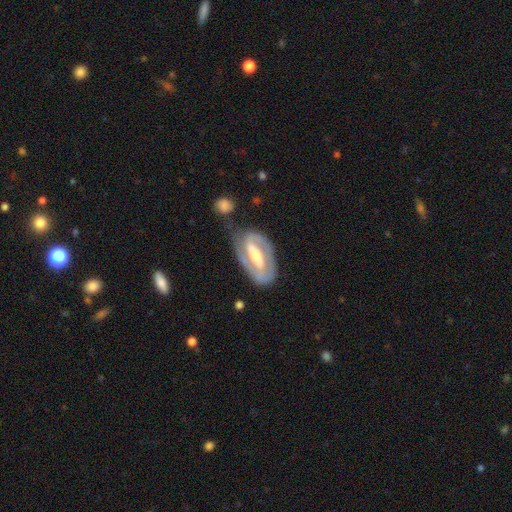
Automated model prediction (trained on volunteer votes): Smooth or featured? featured or disk (84%)
Edge-on disk? no (95%)
Bar? strong (64%)
Spiral arms? yes (86%)
Spiral winding? tight (47%)
Spiral arm count? 2 (82%)
Bulge size? moderate (58%)
Merging? none (65%)